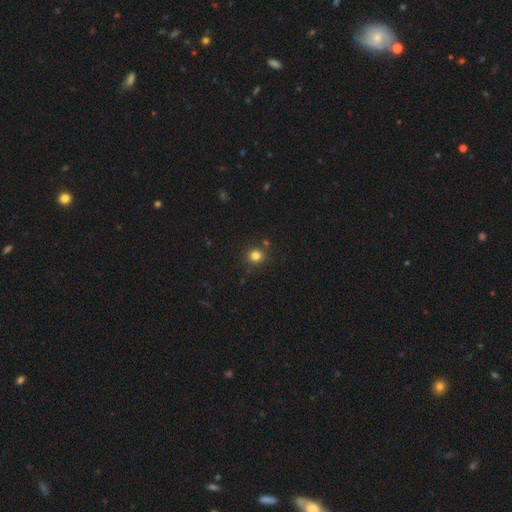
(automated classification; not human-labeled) Overall: smooth (81%). How rounded: round (90%). Merging: none (85%).